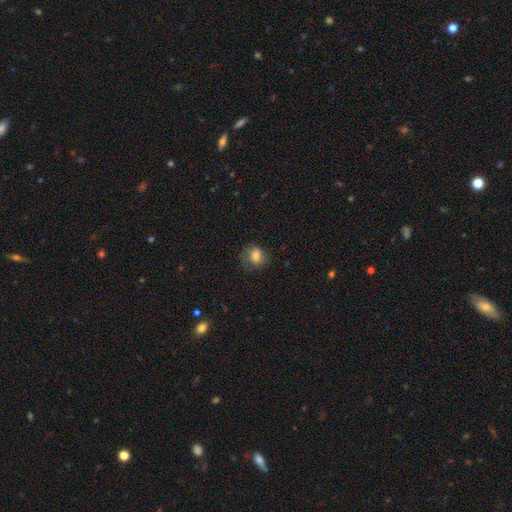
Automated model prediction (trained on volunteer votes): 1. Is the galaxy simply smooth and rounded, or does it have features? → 76% smooth, 13% featured or disk, 10% star or artifact.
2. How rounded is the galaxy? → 68% round, 31% in between, 1% cigar-shaped.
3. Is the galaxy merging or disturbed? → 69% none, 21% minor disturbance, 9% major disturbance, 1% merger.